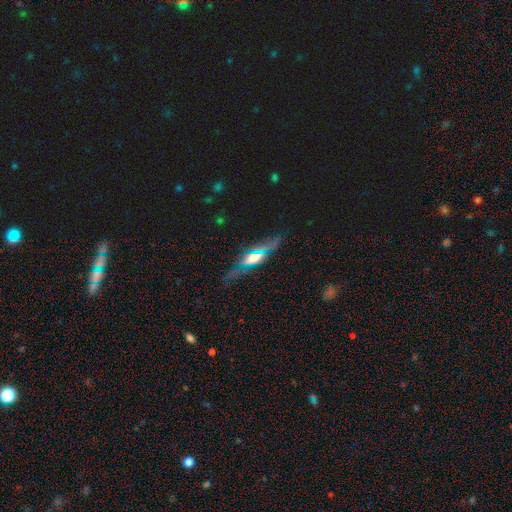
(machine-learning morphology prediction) Q: Smooth or featured?
A: featured or disk (54%); runner-up: smooth (30%)
Q: Edge-on disk?
A: yes (70%); runner-up: no (30%)
Q: Merging?
A: none (66%); runner-up: minor disturbance (19%)